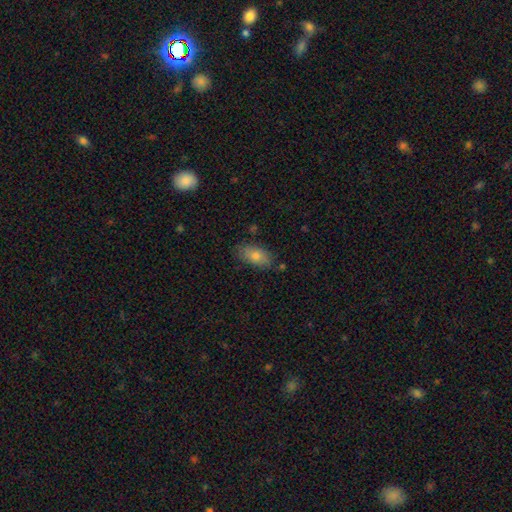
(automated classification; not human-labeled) Smooth or featured? Predicted: smooth (p=0.76). How rounded? Predicted: in between (p=0.89). Merging? Predicted: none (p=0.79).